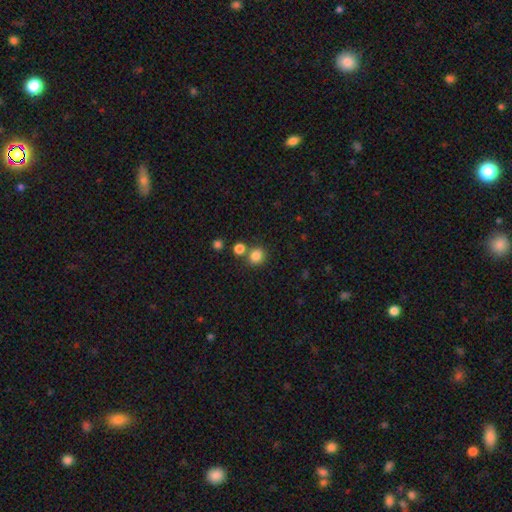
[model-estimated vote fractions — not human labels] Smooth or featured? smooth (83%)
How rounded? round (82%)
Merging? none (71%)